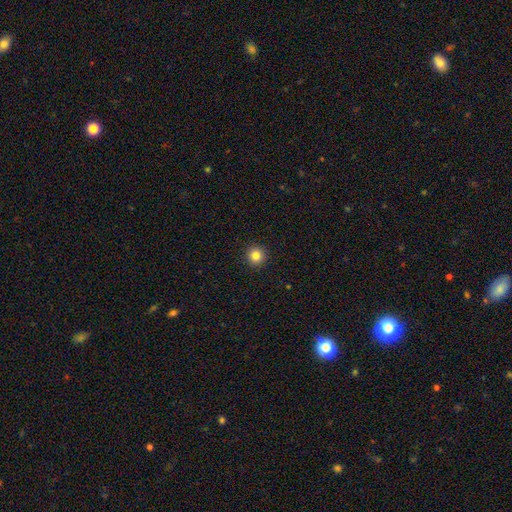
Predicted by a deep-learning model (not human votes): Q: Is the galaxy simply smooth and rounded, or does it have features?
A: smooth — 83%.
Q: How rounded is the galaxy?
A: round — 95%.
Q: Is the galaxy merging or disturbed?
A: none — 93%.